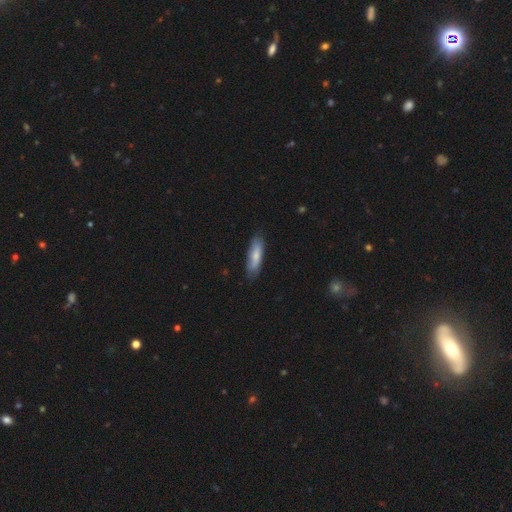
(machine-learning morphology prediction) This is likely a smooth galaxy (72%). How rounded: possibly cigar-shaped (52%). Merging: likely none (76%).